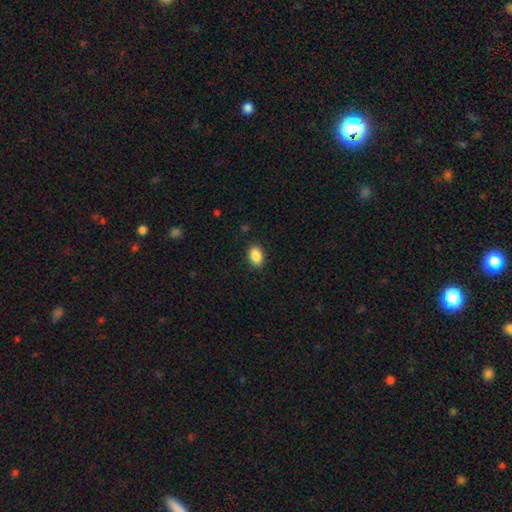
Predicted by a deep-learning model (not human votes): Morphology: type=smooth (88%); roundness=in between (84%); merging=none (88%).